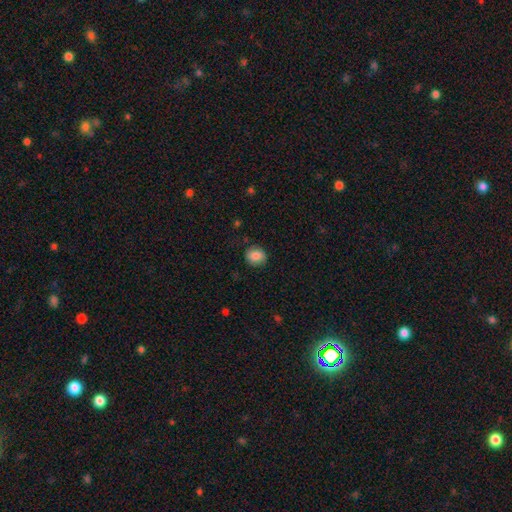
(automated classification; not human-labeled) A smooth galaxy with no disk features (84%) that is round (68%). Merging: none (83%).